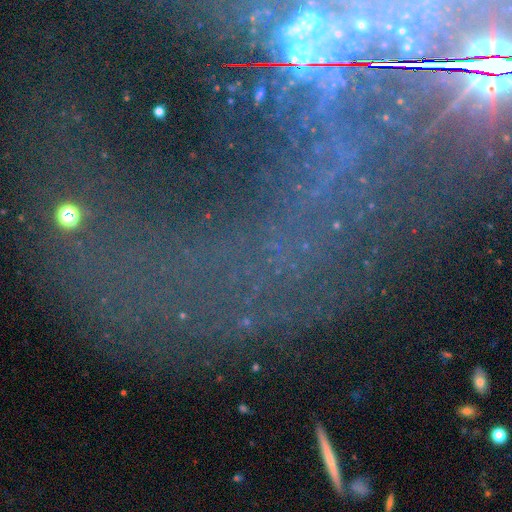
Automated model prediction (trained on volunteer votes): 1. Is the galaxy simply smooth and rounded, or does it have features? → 67% star or artifact, 19% featured or disk, 14% smooth.